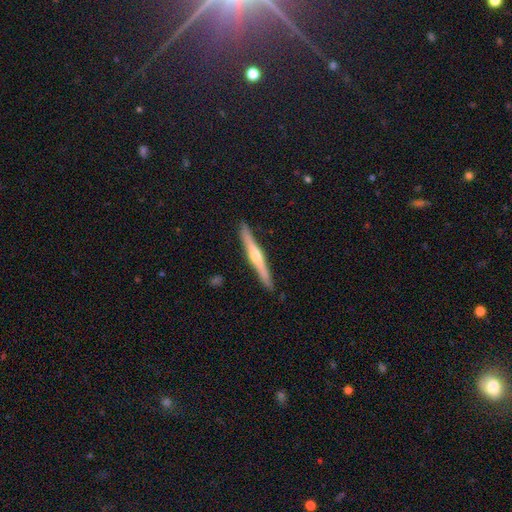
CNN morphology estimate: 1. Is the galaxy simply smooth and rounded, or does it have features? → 68% featured or disk, 27% smooth, 6% star or artifact.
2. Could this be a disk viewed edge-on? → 97% yes, 3% no.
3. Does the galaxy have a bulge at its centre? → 79% rounded, 14% none, 7% boxy.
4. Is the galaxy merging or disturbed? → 90% none, 7% minor disturbance, 1% major disturbance, 1% merger.